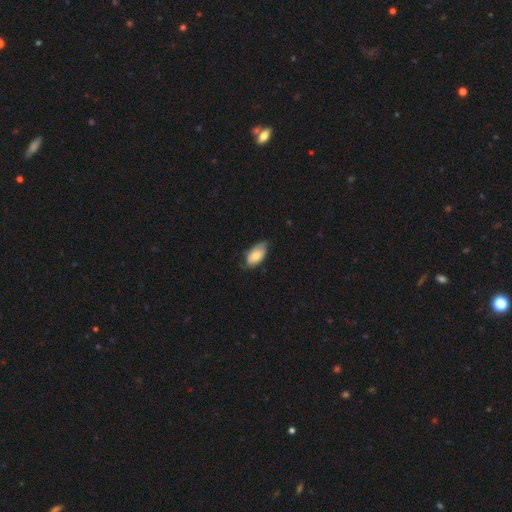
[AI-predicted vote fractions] Q: Smooth or featured?
A: smooth (69%); runner-up: featured or disk (24%)
Q: How rounded?
A: in between (93%); runner-up: round (4%)
Q: Merging?
A: none (59%); runner-up: minor disturbance (33%)